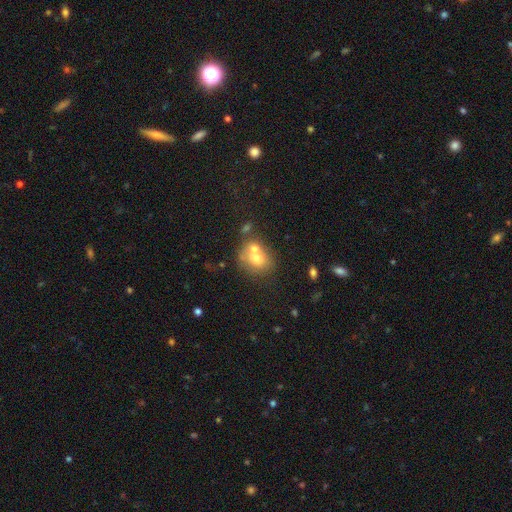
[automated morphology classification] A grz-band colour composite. It shows a smooth galaxy with no disk features (65%) that is round (63%). Merging: merger (52%).